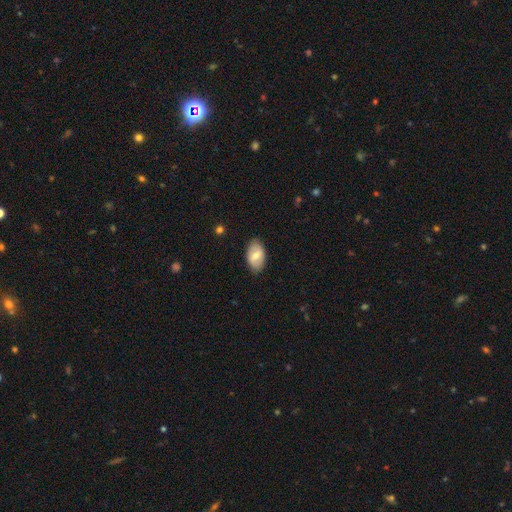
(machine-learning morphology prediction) Q: Smooth or featured?
A: smooth (62%); runner-up: featured or disk (32%)
Q: How rounded?
A: in between (93%); runner-up: round (5%)
Q: Merging?
A: none (86%); runner-up: minor disturbance (11%)